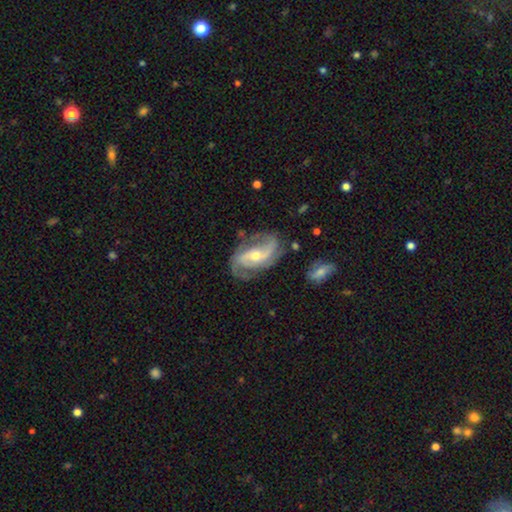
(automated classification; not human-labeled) Smooth or featured? Predicted: featured or disk (p=0.88). Edge-on disk? Predicted: no (p=0.96). Bar? Predicted: no (p=0.39). Spiral arms? Predicted: yes (p=0.96). Spiral winding? Predicted: medium (p=0.47). Spiral arm count? Predicted: 2 (p=0.72). Bulge size? Predicted: moderate (p=0.53). Merging? Predicted: none (p=0.70).